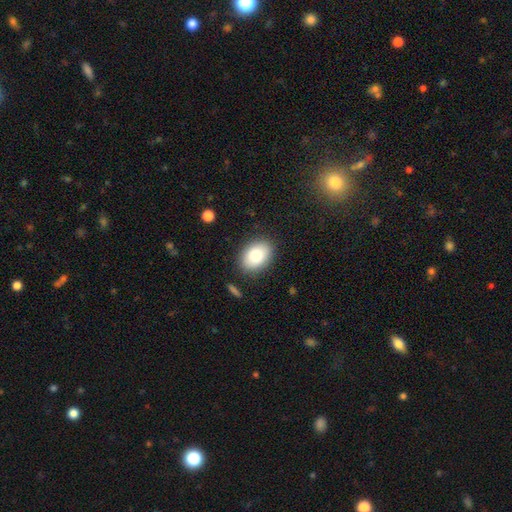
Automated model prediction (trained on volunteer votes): Smooth or featured?
  - smooth: 84% *
  - featured or disk: 9%
  - star or artifact: 7%
How rounded?
  - in between: 82% *
  - round: 17%
  - cigar-shaped: 1%
Merging?
  - none: 85% *
  - minor disturbance: 10%
  - major disturbance: 3%
  - merger: 2%